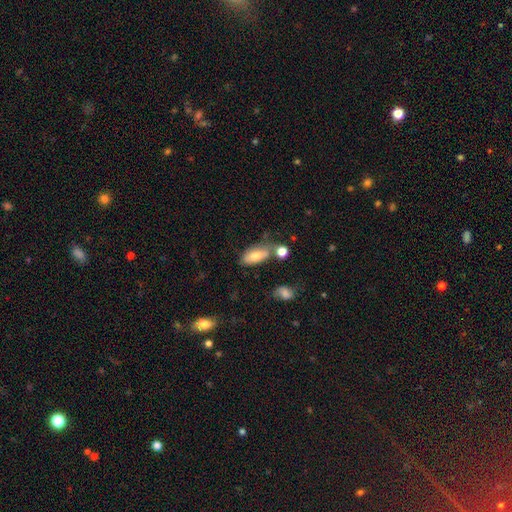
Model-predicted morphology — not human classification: A smooth galaxy with no disk features (75%) that is in between round and cigar-shaped (86%). Merging: none (52%).